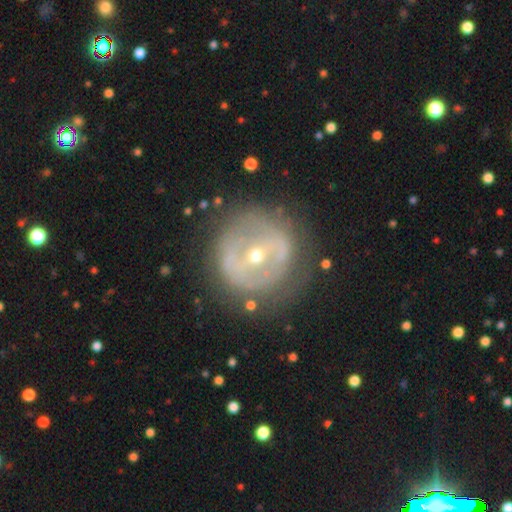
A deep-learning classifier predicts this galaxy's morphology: smooth-or-featured: featured or disk: 67% | smooth: 24% | star or artifact: 8%
  disk-edge-on: no: 94% | yes: 6%
    bar: strong: 37% | weak: 35% | no: 28%
    has-spiral-arms: no: 69% | yes: 31%
    bulge-size: small: 57% | moderate: 39% | large: 1% | dominant: 1% | none: 1%
  merging: none: 78% | minor disturbance: 14% | major disturbance: 7% | merger: 2%